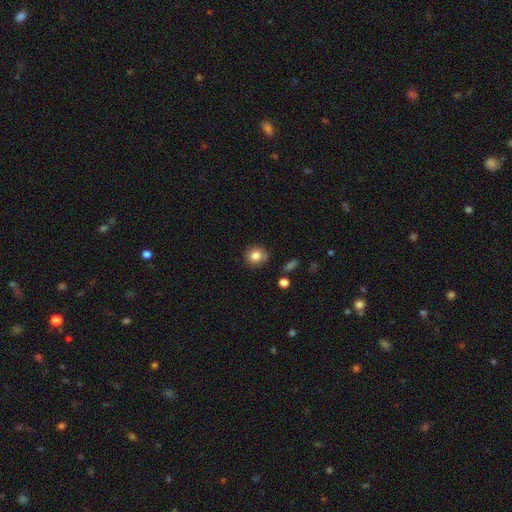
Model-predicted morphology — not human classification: Smooth or featured? smooth (82%)
How rounded? round (87%)
Merging? none (83%)